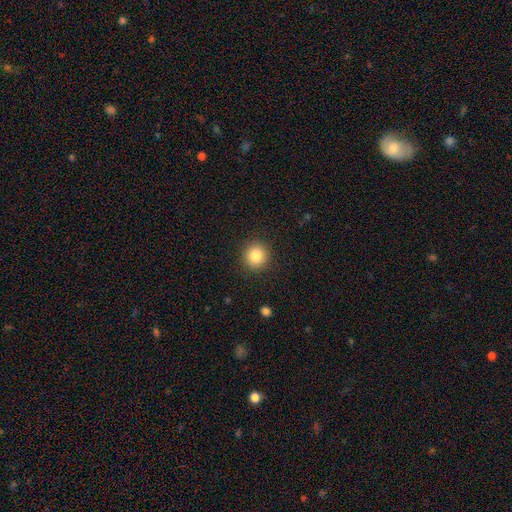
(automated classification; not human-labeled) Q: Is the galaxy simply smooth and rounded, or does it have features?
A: smooth — 83%.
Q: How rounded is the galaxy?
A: round — 93%.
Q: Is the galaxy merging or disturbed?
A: none — 91%.